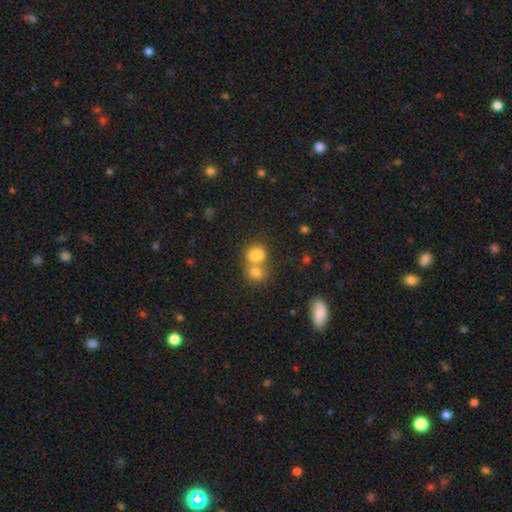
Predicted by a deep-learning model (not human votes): Smooth or featured? smooth (75%)
How rounded? round (63%)
Merging? merger (63%)